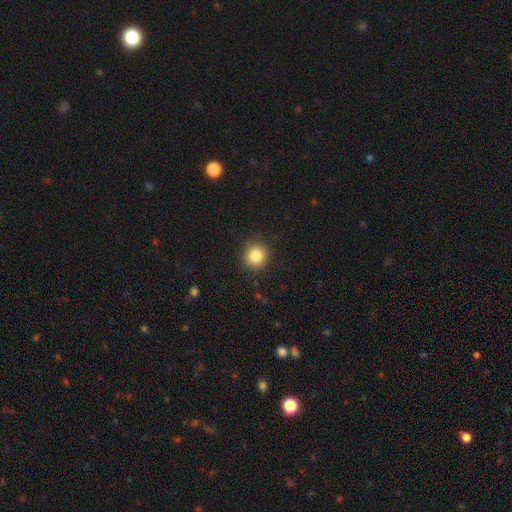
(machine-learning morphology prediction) The model was most divided on "smooth or featured": smooth: 85%, star or artifact: 10%, featured or disk: 5%. More confident: how rounded — round (91%); merging — none (88%).